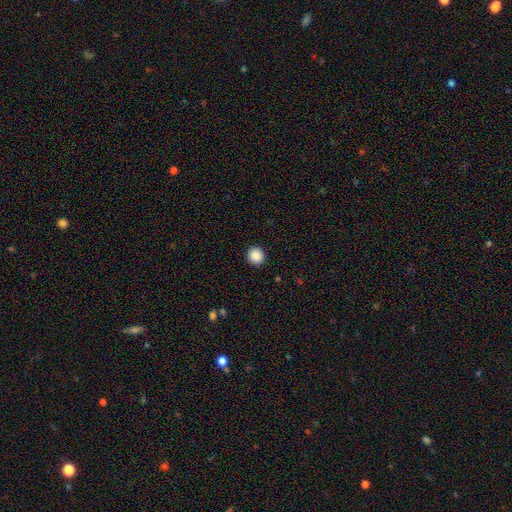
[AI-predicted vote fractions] A smooth galaxy with no disk features (87%) that is round (93%). Merging: none (93%).